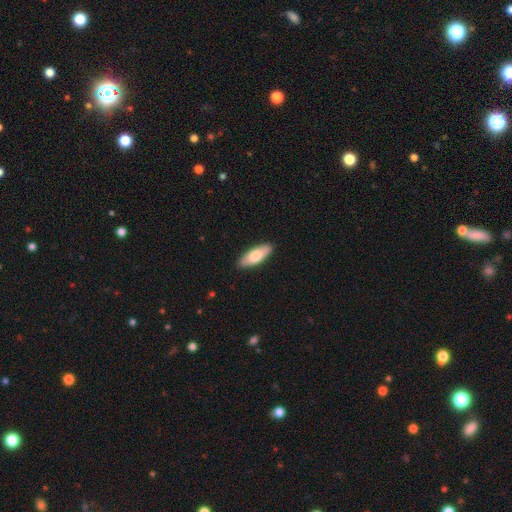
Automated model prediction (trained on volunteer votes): smooth_or_featured: smooth (p=0.73) [alt: featured or disk p=0.22]
how_rounded: in between (p=0.71) [alt: cigar-shaped p=0.27]
merging: none (p=0.89) [alt: minor disturbance p=0.08]